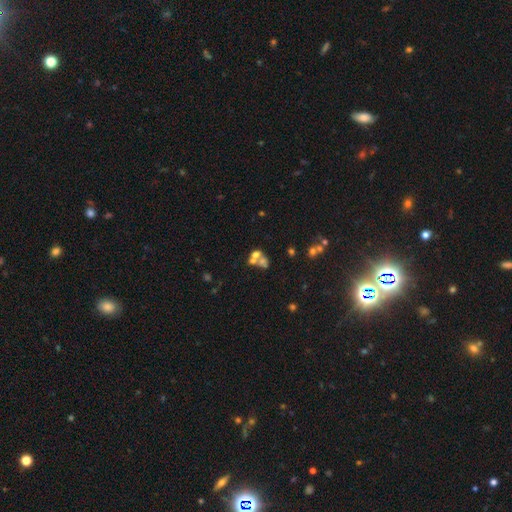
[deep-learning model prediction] This appears to be a smooth galaxy with no disk features (46%). Merging: merger (58%).